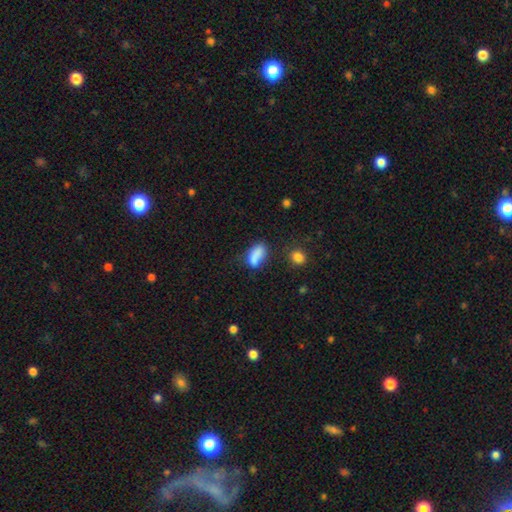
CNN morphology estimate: A smooth galaxy with no disk features (80%) that is in between round and cigar-shaped (82%).

Vote fractions:
- Smooth or featured? smooth: 80% / featured or disk: 10% / star or artifact: 10%
- How rounded? in between: 82% / cigar-shaped: 13% / round: 5%
- Merging? none: 47% / minor disturbance: 26% / merger: 14% / major disturbance: 12%